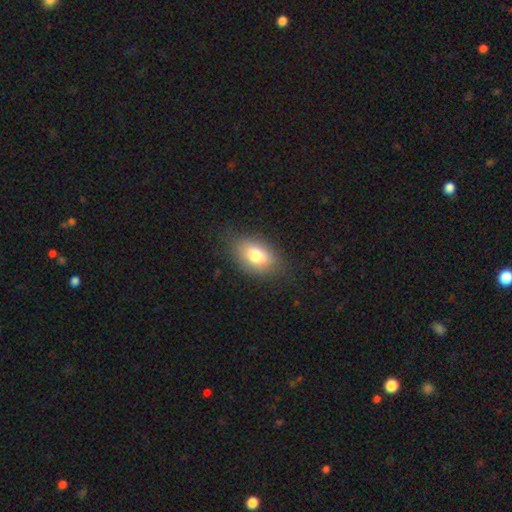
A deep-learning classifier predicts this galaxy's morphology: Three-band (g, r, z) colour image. It shows a smooth galaxy with no disk features (77%) that is in between round and cigar-shaped (85%). Merging: none (78%).